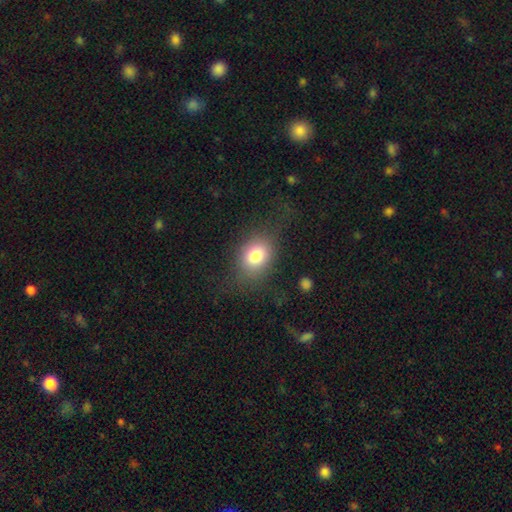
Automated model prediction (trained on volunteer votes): Q: Smooth or featured?
A: smooth (77%); runner-up: featured or disk (13%)
Q: How rounded?
A: in between (64%); runner-up: round (35%)
Q: Merging?
A: none (68%); runner-up: minor disturbance (17%)